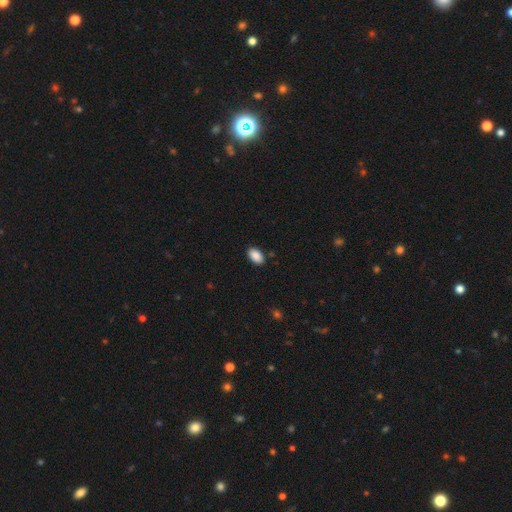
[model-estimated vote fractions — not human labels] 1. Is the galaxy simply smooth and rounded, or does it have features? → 89% smooth, 7% star or artifact, 3% featured or disk.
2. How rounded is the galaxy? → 93% in between, 5% round, 1% cigar-shaped.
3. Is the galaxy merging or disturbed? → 88% none, 9% minor disturbance, 2% major disturbance, 1% merger.